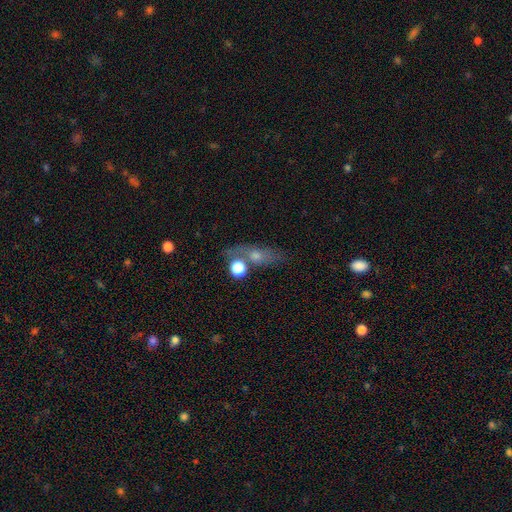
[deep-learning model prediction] A smooth galaxy with no disk features (49%). Merging: none (63%).